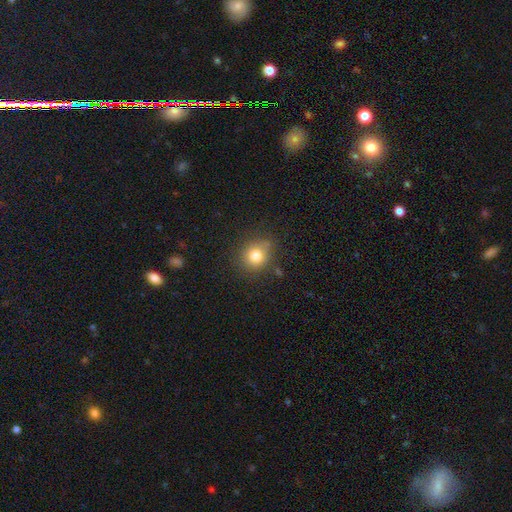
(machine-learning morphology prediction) A smooth galaxy with no disk features (81%) that is round (78%).

Vote fractions:
- Smooth or featured? smooth: 81% / star or artifact: 11% / featured or disk: 8%
- How rounded? round: 78% / in between: 21% / cigar-shaped: 1%
- Merging? none: 76% / minor disturbance: 16% / major disturbance: 5% / merger: 3%